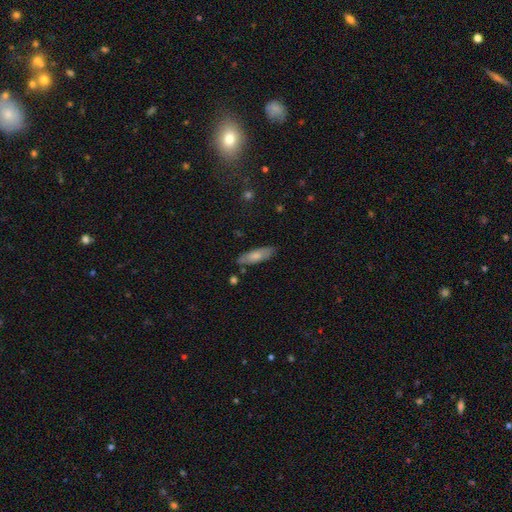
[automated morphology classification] type=smooth (72%); roundness=in between (56%); merging=none (81%).